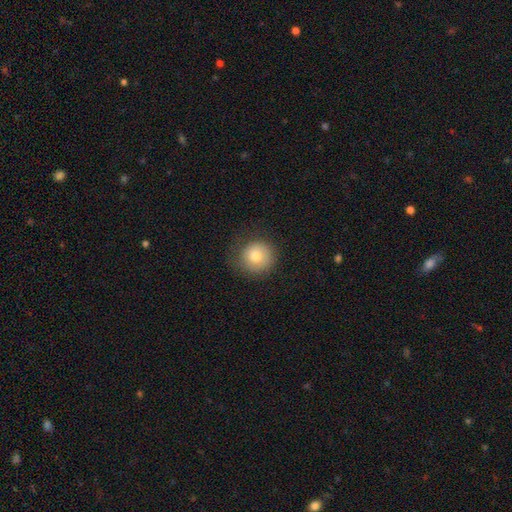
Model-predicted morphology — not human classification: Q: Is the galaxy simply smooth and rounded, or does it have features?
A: smooth — 78%.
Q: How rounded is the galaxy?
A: round — 91%.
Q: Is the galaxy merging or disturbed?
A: none — 74%.